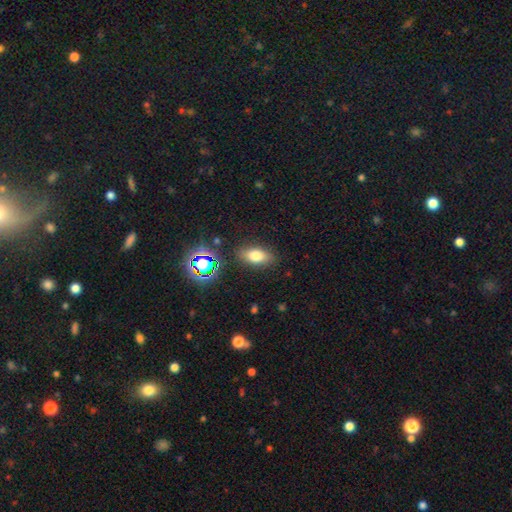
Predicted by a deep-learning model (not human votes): Q: Smooth or featured?
A: smooth (74%); runner-up: star or artifact (13%)
Q: How rounded?
A: in between (83%); runner-up: round (9%)
Q: Merging?
A: none (85%); runner-up: minor disturbance (10%)